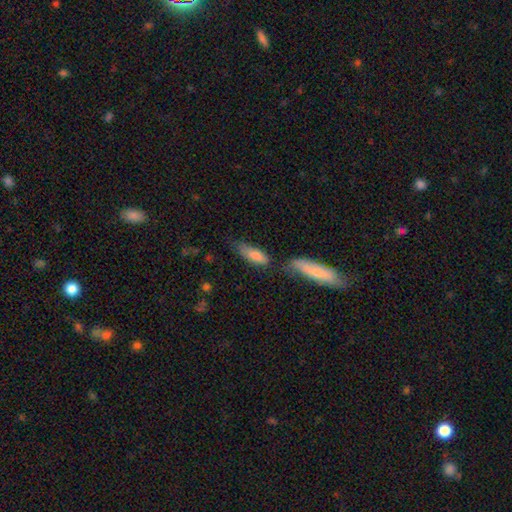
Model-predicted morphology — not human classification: Smooth or featured?
  - smooth: 75% *
  - featured or disk: 18%
  - star or artifact: 7%
How rounded?
  - in between: 58% *
  - cigar-shaped: 40%
  - round: 2%
Merging?
  - none: 50% *
  - minor disturbance: 24%
  - merger: 18%
  - major disturbance: 9%